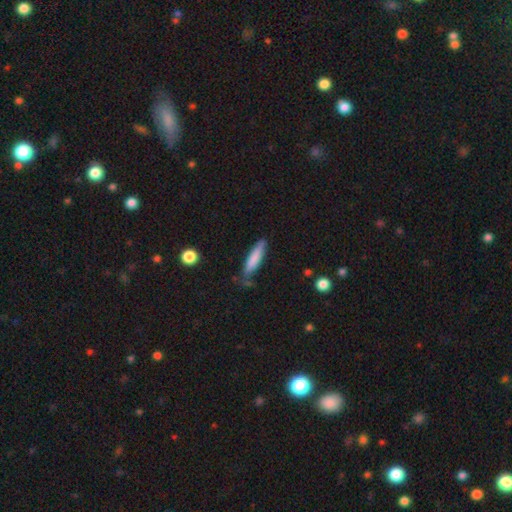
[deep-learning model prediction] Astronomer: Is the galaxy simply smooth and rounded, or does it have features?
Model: smooth — 78%.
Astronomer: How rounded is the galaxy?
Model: cigar-shaped — 81%.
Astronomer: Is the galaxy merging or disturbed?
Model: none — 70%.